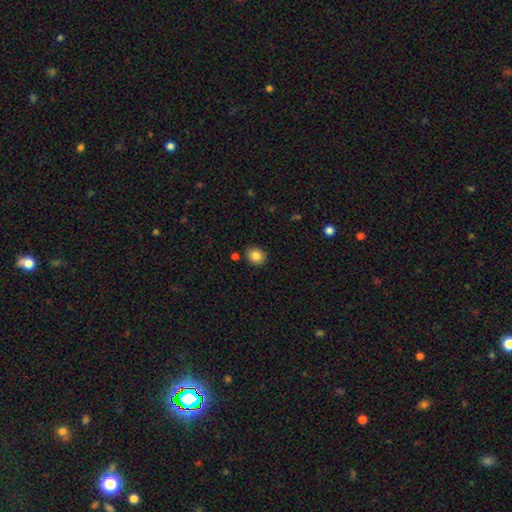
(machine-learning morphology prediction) Smooth or featured? Predicted: smooth (p=0.85). How rounded? Predicted: round (p=0.71). Merging? Predicted: none (p=0.86).